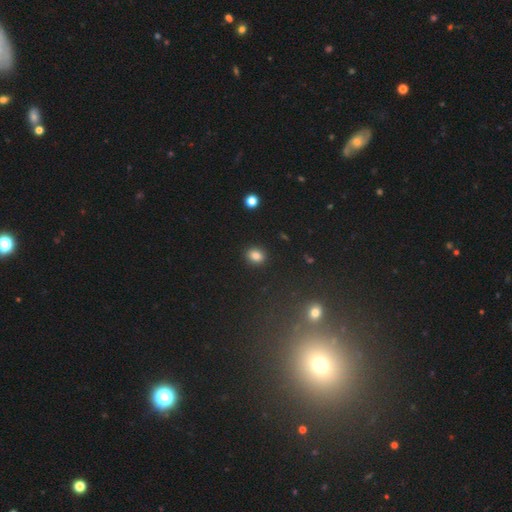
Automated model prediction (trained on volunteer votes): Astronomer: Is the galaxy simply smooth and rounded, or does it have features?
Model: smooth — 84%.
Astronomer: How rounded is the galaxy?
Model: round — 53% (runner-up: in between, 46%).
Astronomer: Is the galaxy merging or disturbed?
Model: none — 90%.